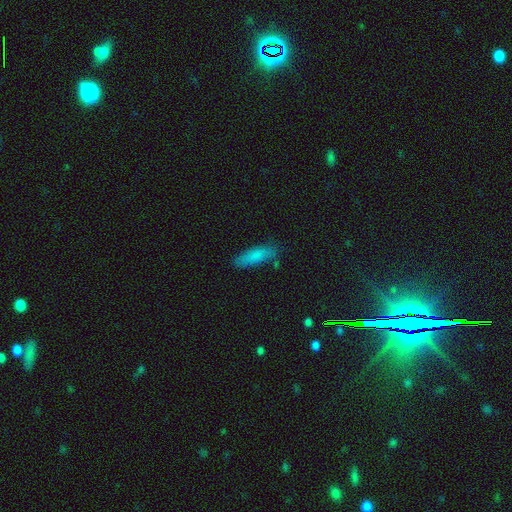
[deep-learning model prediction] Smooth or featured? Predicted: smooth (p=0.81). How rounded? Predicted: cigar-shaped (p=0.54). Merging? Predicted: none (p=0.77).